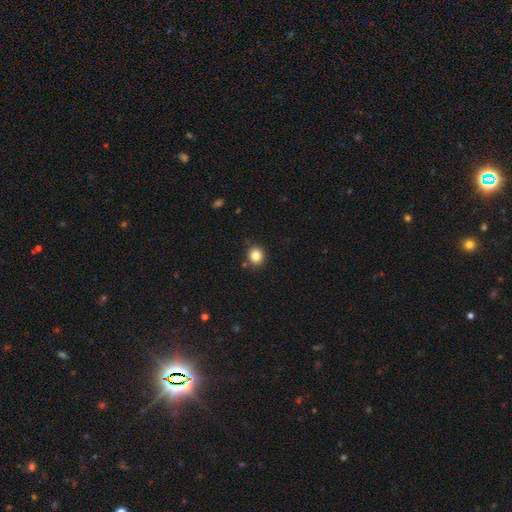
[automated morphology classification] Smooth or featured? Predicted: smooth (p=0.84). How rounded? Predicted: round (p=0.85). Merging? Predicted: none (p=0.86).